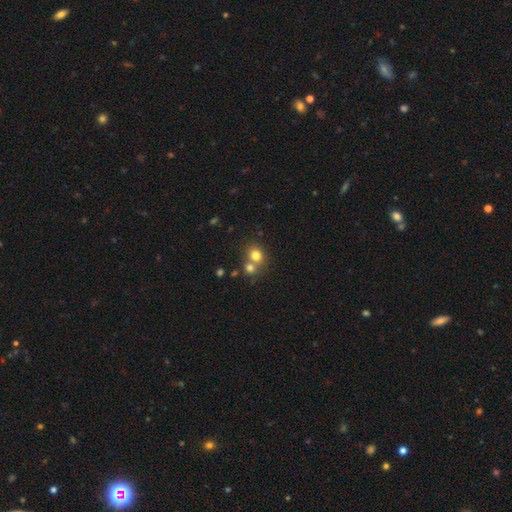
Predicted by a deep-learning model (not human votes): Morphology: type=smooth (77%); roundness=round (78%); merging=none (46%).